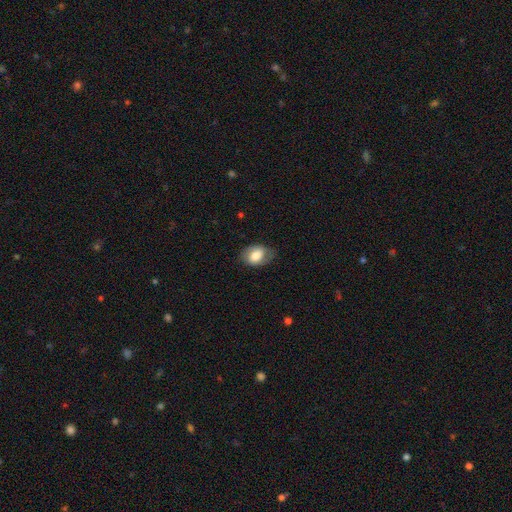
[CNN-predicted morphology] smooth-or-featured: smooth: 74% | featured or disk: 20% | star or artifact: 7%
  how-rounded: in between: 84% | round: 15% | cigar-shaped: 1%
  merging: none: 73% | minor disturbance: 20% | major disturbance: 6% | merger: 1%